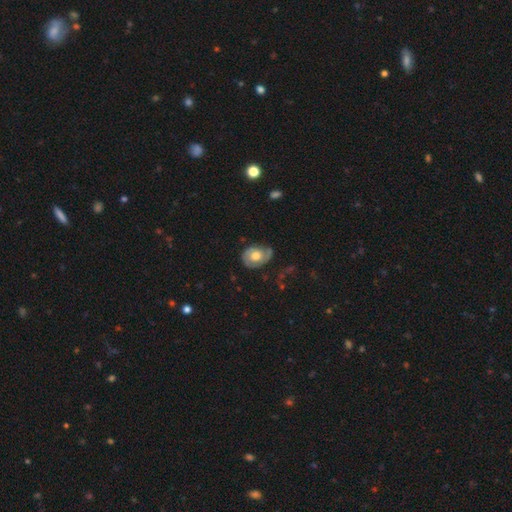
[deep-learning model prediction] smooth-or-featured: featured or disk: 62% | smooth: 32% | star or artifact: 6%
  disk-edge-on: no: 96% | yes: 4%
    bar: no: 77% | weak: 20% | strong: 3%
    has-spiral-arms: yes: 81% | no: 19%
    bulge-size: moderate: 65% | large: 24% | small: 8% | dominant: 2% | none: 1%
  merging: none: 59% | minor disturbance: 28% | major disturbance: 11% | merger: 2%